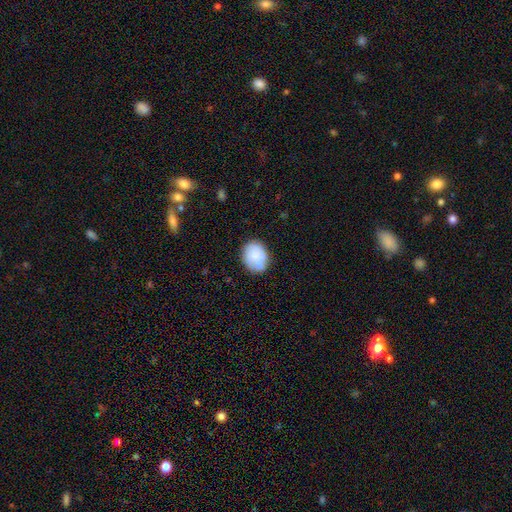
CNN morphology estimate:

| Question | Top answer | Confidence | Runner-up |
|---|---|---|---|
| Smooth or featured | smooth | 58% | featured or disk (34%) |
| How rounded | round | 50% | in between (49%) |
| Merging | none | 62% | minor disturbance (24%) |